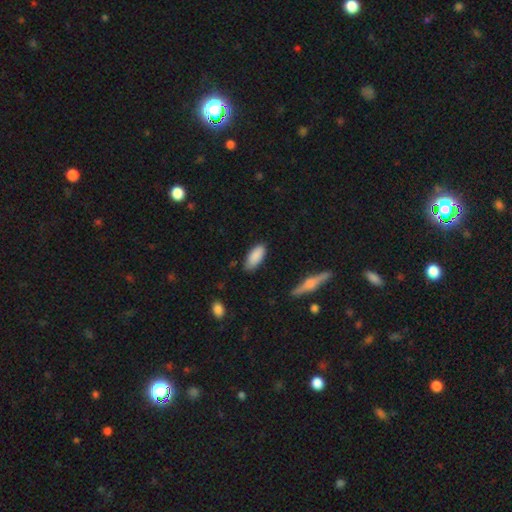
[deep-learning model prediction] Smooth or featured?
  - smooth: 87% *
  - featured or disk: 6%
  - star or artifact: 6%
How rounded?
  - in between: 86% *
  - cigar-shaped: 12%
  - round: 2%
Merging?
  - none: 81% *
  - minor disturbance: 15%
  - major disturbance: 3%
  - merger: 2%